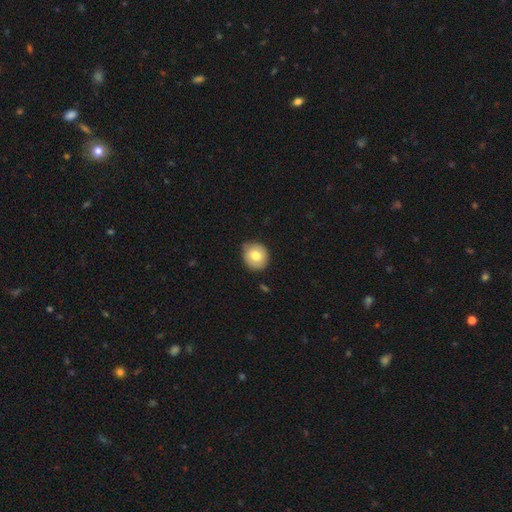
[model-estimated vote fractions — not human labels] This appears to be a smooth galaxy with no disk features (74%) that is round (86%). Merging: none (81%).